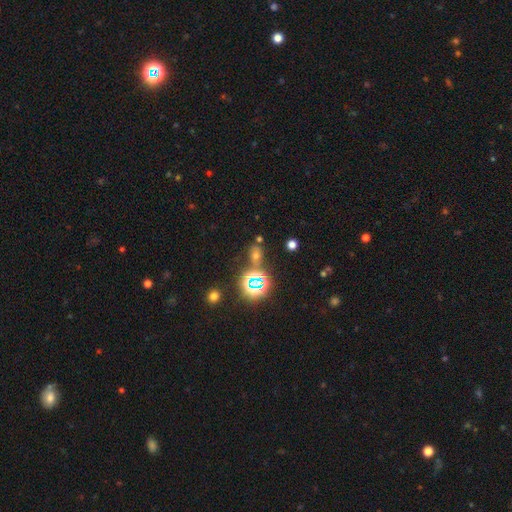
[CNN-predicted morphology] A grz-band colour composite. It shows a star or artifact, not a galaxy (46%).